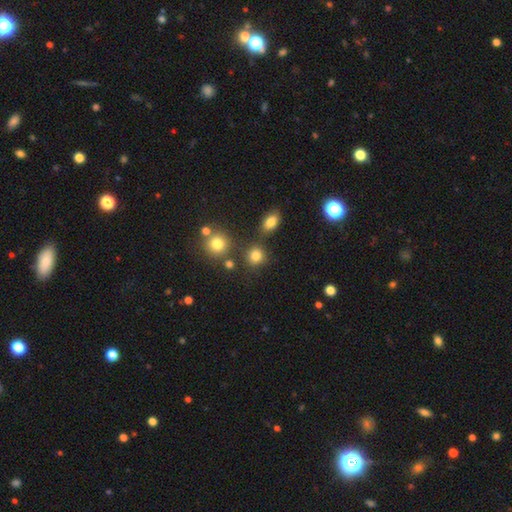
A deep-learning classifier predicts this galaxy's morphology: Smooth or featured? Predicted: smooth (p=0.80). How rounded? Predicted: round (p=0.85). Merging? Predicted: none (p=0.75).